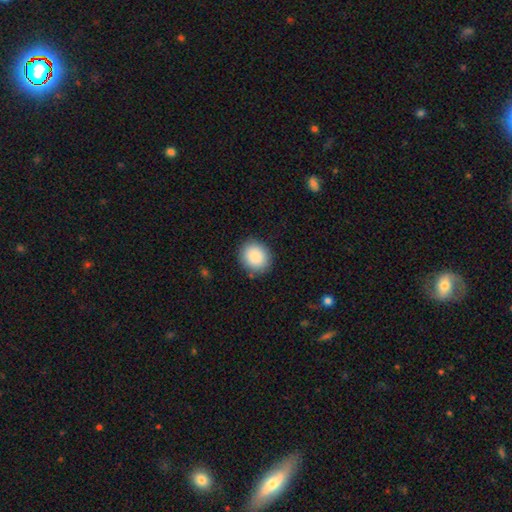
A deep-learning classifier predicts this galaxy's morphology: A smooth galaxy with no disk features (88%) that is round (76%).

Vote fractions:
- Smooth or featured? smooth: 88% / star or artifact: 8% / featured or disk: 4%
- How rounded? round: 76% / in between: 23% / cigar-shaped: 1%
- Merging? none: 87% / minor disturbance: 9% / major disturbance: 3% / merger: 1%